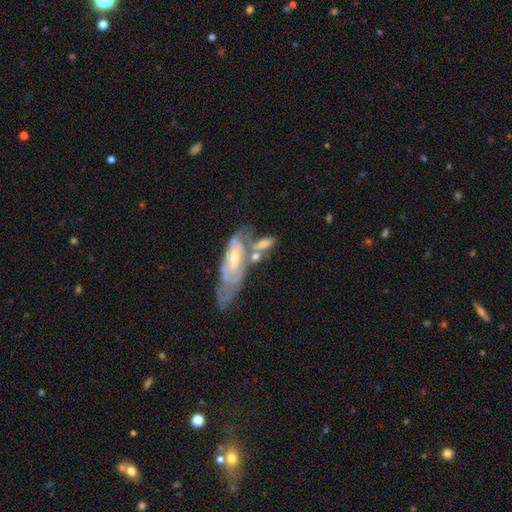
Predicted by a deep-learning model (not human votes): Smooth or featured?
  - featured or disk: 59% *
  - smooth: 34%
  - star or artifact: 6%
Edge-on disk?
  - no: 80% *
  - yes: 20%
Merging?
  - merger: 44% *
  - none: 24%
  - minor disturbance: 18%
  - major disturbance: 14%